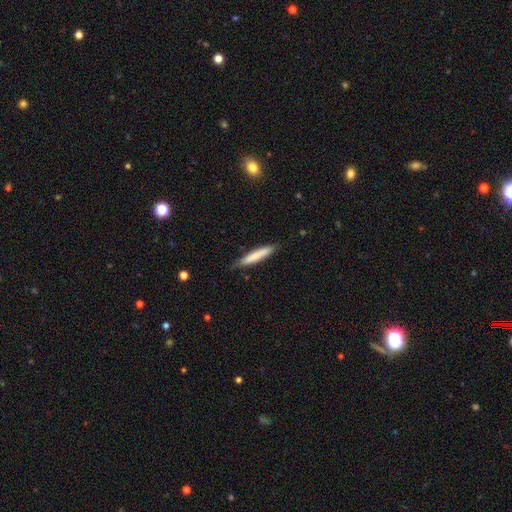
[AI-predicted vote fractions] A smooth galaxy with no disk features (76%) that is cigar-shaped (92%). Merging: none (82%).